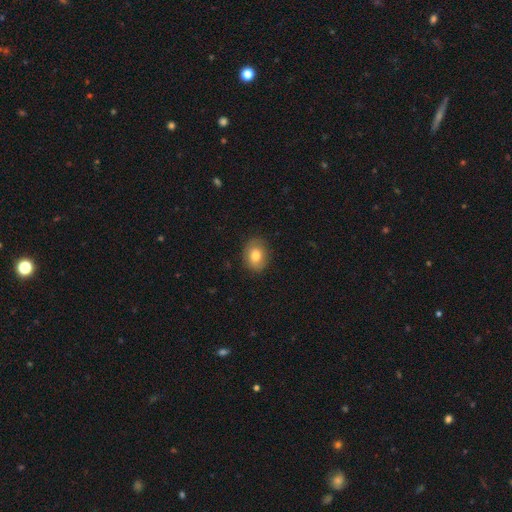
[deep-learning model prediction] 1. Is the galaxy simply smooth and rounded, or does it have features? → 76% smooth, 16% featured or disk, 8% star or artifact.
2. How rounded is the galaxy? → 57% in between, 42% round, 1% cigar-shaped.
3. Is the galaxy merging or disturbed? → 82% none, 13% minor disturbance, 3% major disturbance, 1% merger.